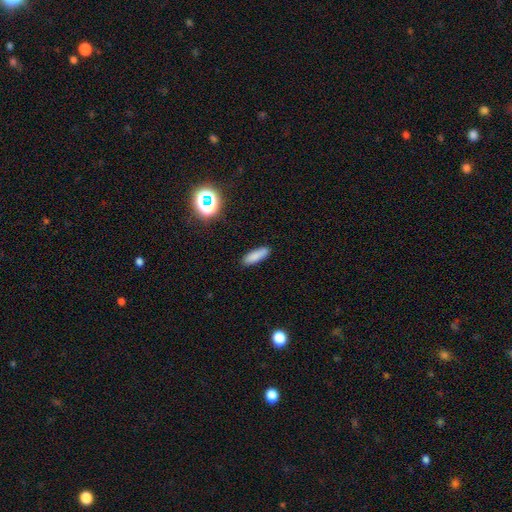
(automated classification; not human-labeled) The model was most divided on "how rounded": cigar-shaped: 51%, in between: 47%, round: 2%. More confident: merging — none (89%); smooth or featured — smooth (84%).